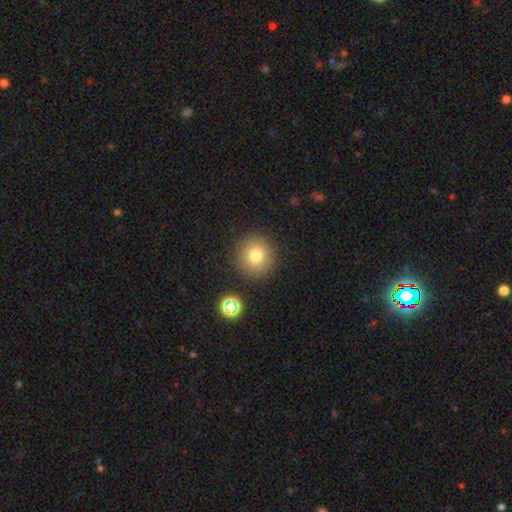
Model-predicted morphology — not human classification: smooth 76%, star or artifact 14%, featured or disk 10%. Down the decision tree: how rounded — round (94%); merging — none (88%).